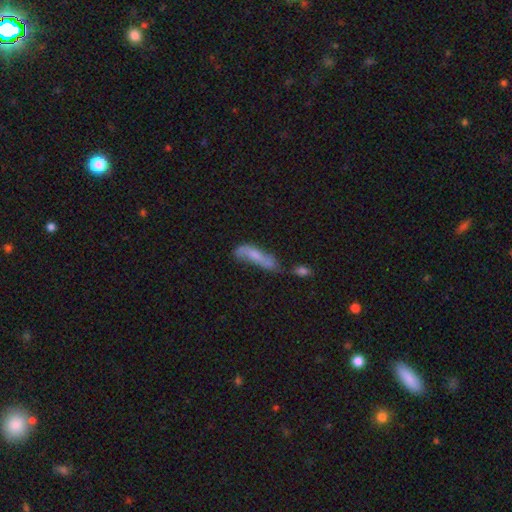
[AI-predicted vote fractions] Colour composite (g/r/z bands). It shows a smooth galaxy with no disk features (53%) that is cigar-shaped (64%). Merging: none (31%).